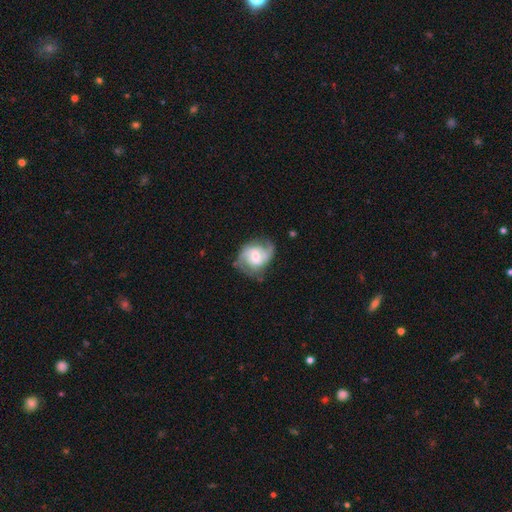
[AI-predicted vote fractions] Q: Smooth or featured?
A: featured or disk (82%); runner-up: smooth (13%)
Q: Edge-on disk?
A: no (97%); runner-up: yes (3%)
Q: Bar?
A: no (46%); runner-up: weak (43%)
Q: Spiral arms?
A: yes (95%); runner-up: no (5%)
Q: Spiral winding?
A: medium (48%); runner-up: tight (34%)
Q: Spiral arm count?
A: 2 (76%); runner-up: can't tell (9%)
Q: Bulge size?
A: moderate (61%); runner-up: small (29%)
Q: Merging?
A: none (68%); runner-up: minor disturbance (21%)